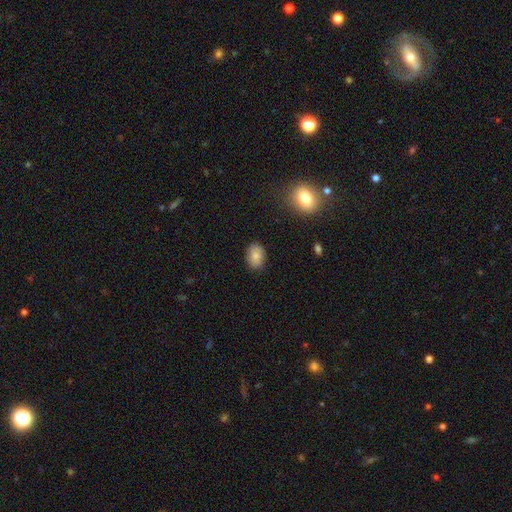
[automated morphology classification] A smooth galaxy with no disk features (83%) that is in between round and cigar-shaped (77%).

Vote fractions:
- Smooth or featured? smooth: 83% / star or artifact: 9% / featured or disk: 8%
- How rounded? in between: 77% / round: 22% / cigar-shaped: 1%
- Merging? none: 84% / minor disturbance: 12% / major disturbance: 3% / merger: 1%